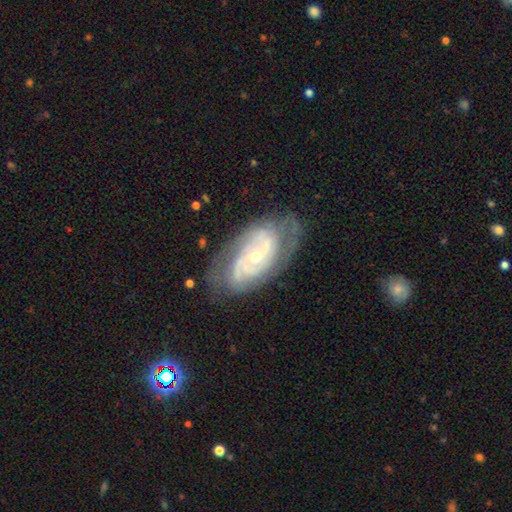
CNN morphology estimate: The model was most divided on "spiral arm count": 2: 41%, can't tell: 29%, 3: 16%, 4: 6%, 1: 4%, more than 4: 4%. More confident: edge-on disk — no (95%); spiral arms — yes (94%); smooth or featured — featured or disk (86%); merging — none (68%); bar — no (65%); spiral winding — tight (60%); bulge size — small (60%).